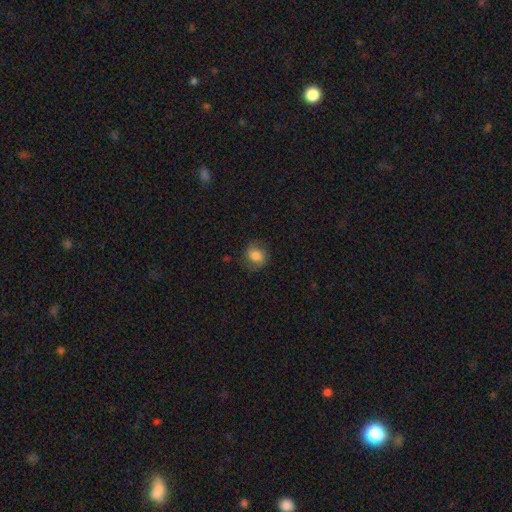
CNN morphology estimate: A smooth galaxy with no disk features (75%) that is round (63%).

Vote fractions:
- Smooth or featured? smooth: 75% / featured or disk: 15% / star or artifact: 10%
- How rounded? round: 63% / in between: 36% / cigar-shaped: 1%
- Merging? none: 74% / minor disturbance: 18% / major disturbance: 7% / merger: 1%